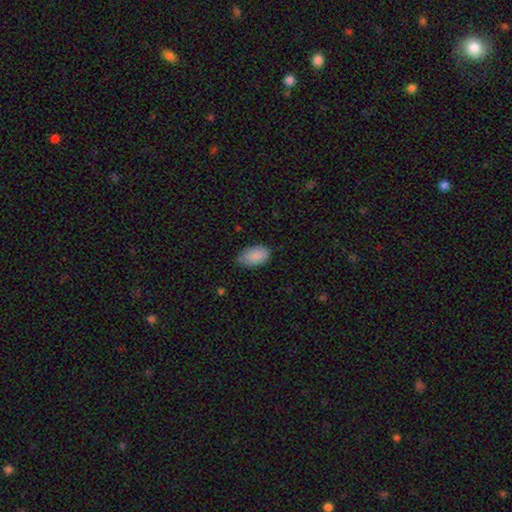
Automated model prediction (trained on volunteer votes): A smooth galaxy with no disk features (88%) that is in between round and cigar-shaped (94%).

Vote fractions:
- Smooth or featured? smooth: 88% / star or artifact: 6% / featured or disk: 6%
- How rounded? in between: 94% / round: 5% / cigar-shaped: 1%
- Merging? none: 68% / minor disturbance: 26% / major disturbance: 4% / merger: 1%